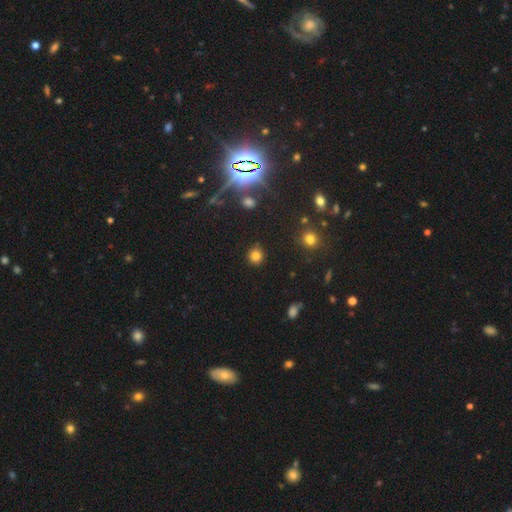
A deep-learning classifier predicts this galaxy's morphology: smooth_or_featured: smooth (p=0.80) [alt: star or artifact p=0.14]
how_rounded: round (p=0.90) [alt: in between p=0.09]
merging: none (p=0.88) [alt: minor disturbance p=0.08]